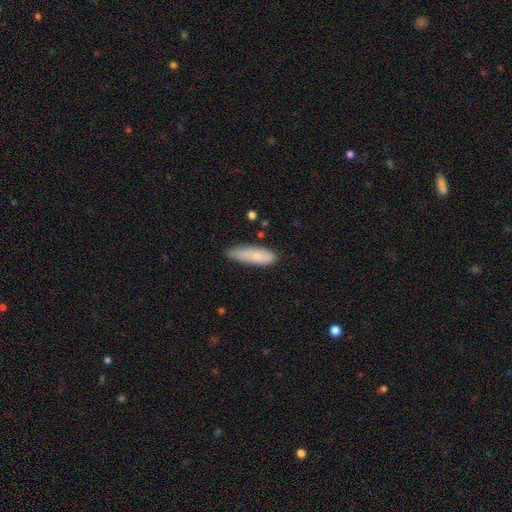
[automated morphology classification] Smooth or featured? smooth (75%)
How rounded? cigar-shaped (49%, tied with in between)
Merging? none (62%)